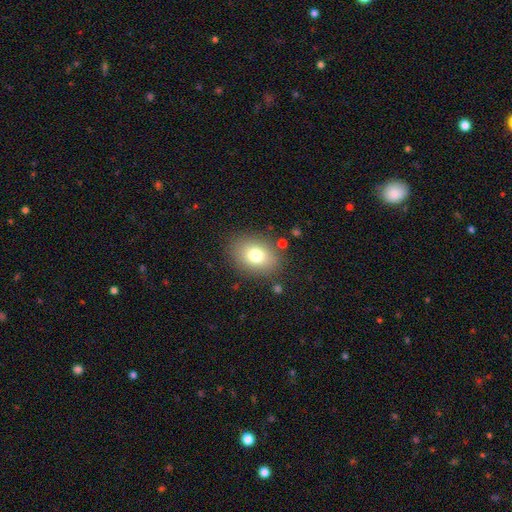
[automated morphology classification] A smooth galaxy with no disk features (77%) that is in between round and cigar-shaped (67%). Merging: none (83%).